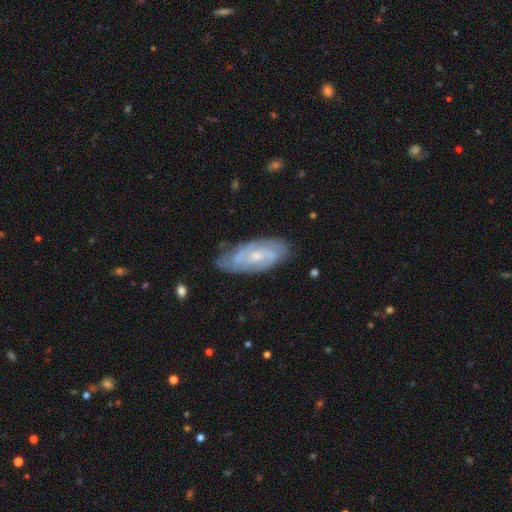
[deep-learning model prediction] Smooth or featured: featured or disk — 76% (smooth — 18%)
Edge-on disk: no — 92% (yes — 8%)
Bar: no — 60% (weak — 34%)
Spiral arms: yes — 91% (no — 9%)
Spiral winding: tight — 56% (medium — 35%)
Spiral arm count: 2 — 38% (can't tell — 35%)
Bulge size: small — 63% (moderate — 30%)
Merging: none — 75% (minor disturbance — 19%)